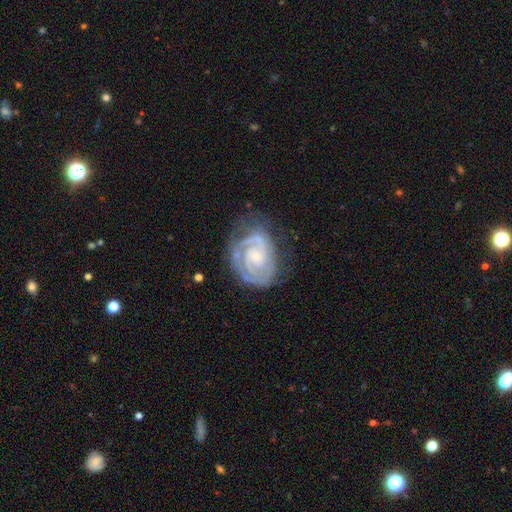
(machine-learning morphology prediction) Smooth or featured?
  - featured or disk: 87% *
  - smooth: 8%
  - star or artifact: 5%
Edge-on disk?
  - no: 98% *
  - yes: 2%
Bar?
  - no: 66% *
  - weak: 28%
  - strong: 6%
Spiral arms?
  - yes: 96% *
  - no: 4%
Spiral winding?
  - tight: 70% *
  - medium: 25%
  - loose: 5%
Spiral arm count?
  - 2: 46% *
  - can't tell: 22%
  - 3: 18%
  - 1: 6%
  - 4: 5%
  - more than 4: 4%
Bulge size?
  - small: 73% *
  - moderate: 20%
  - none: 5%
  - large: 1%
  - dominant: 1%
Merging?
  - none: 64% *
  - minor disturbance: 23%
  - major disturbance: 12%
  - merger: 2%